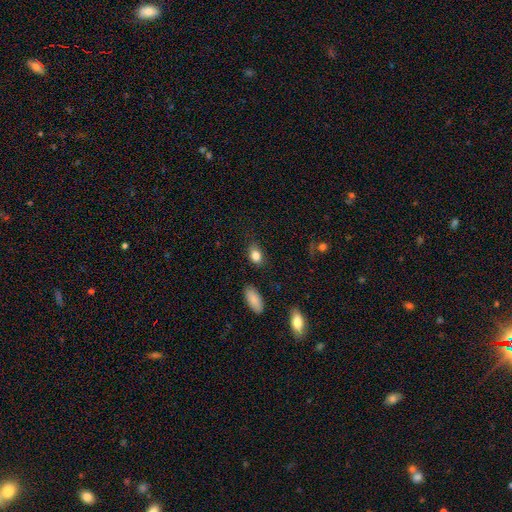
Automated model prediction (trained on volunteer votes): Q: Smooth or featured?
A: smooth (84%); runner-up: star or artifact (9%)
Q: How rounded?
A: in between (78%); runner-up: round (20%)
Q: Merging?
A: none (83%); runner-up: minor disturbance (12%)